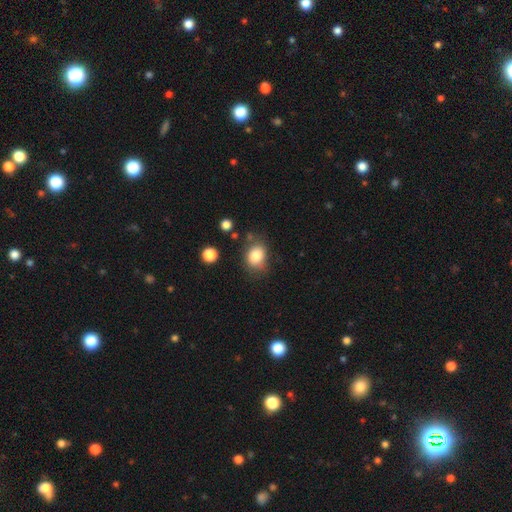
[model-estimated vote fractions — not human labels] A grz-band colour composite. It shows a smooth galaxy with no disk features (82%) that is in between round and cigar-shaped (50%). Merging: none (67%).